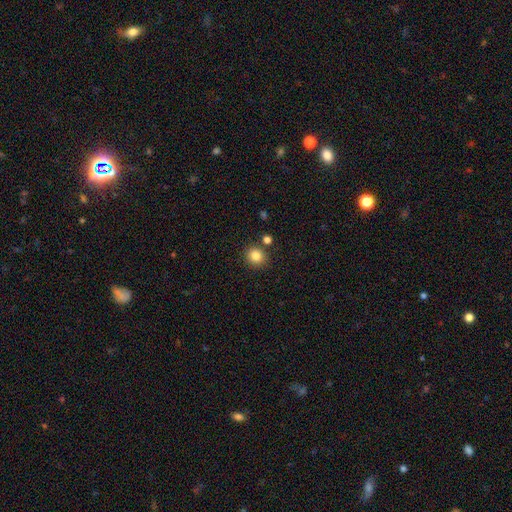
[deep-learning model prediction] smooth_or_featured: smooth (p=0.84) [alt: star or artifact p=0.11]
how_rounded: round (p=0.87) [alt: in between p=0.12]
merging: none (p=0.83) [alt: minor disturbance p=0.08]